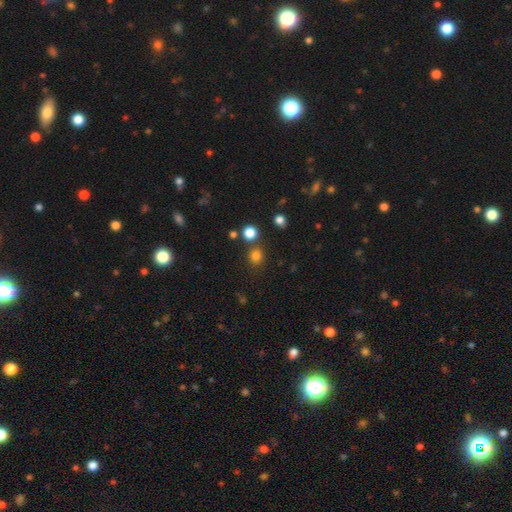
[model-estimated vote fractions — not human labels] smooth_or_featured: smooth (p=0.78) [alt: star or artifact p=0.17]
how_rounded: round (p=0.85) [alt: in between p=0.14]
merging: none (p=0.76) [alt: merger p=0.12]